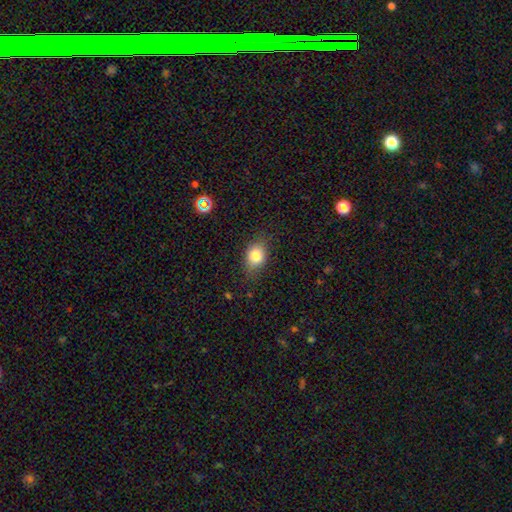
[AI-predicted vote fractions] Smooth or featured? smooth (81%)
How rounded? in between (60%)
Merging? none (78%)